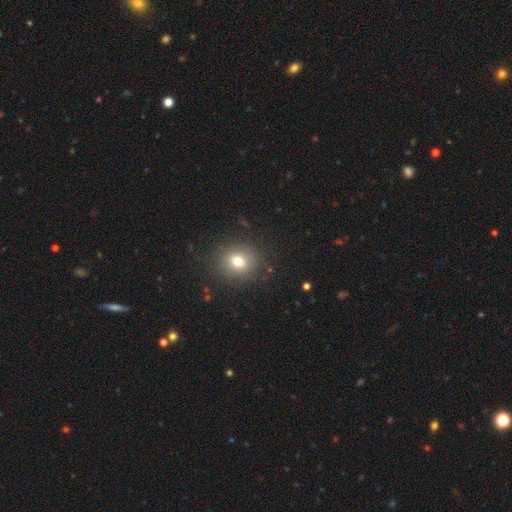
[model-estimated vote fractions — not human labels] Smooth or featured?
  - smooth: 64% *
  - star or artifact: 27%
  - featured or disk: 9%
How rounded?
  - round: 84% *
  - in between: 15%
  - cigar-shaped: 1%
Merging?
  - none: 89% *
  - minor disturbance: 7%
  - major disturbance: 3%
  - merger: 1%